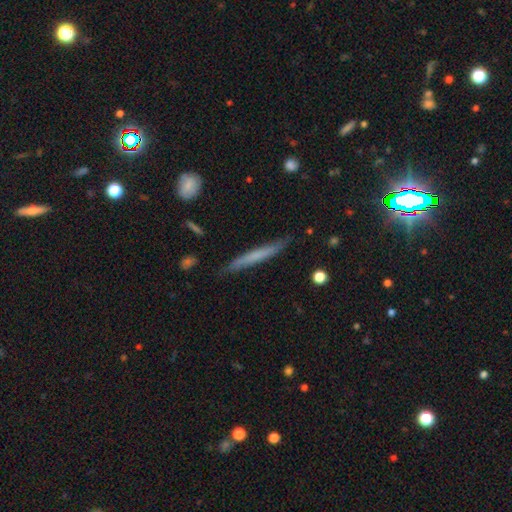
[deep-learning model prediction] Q: Smooth or featured?
A: smooth (52%); runner-up: featured or disk (41%)
Q: How rounded?
A: cigar-shaped (96%); runner-up: in between (3%)
Q: Merging?
A: none (84%); runner-up: minor disturbance (12%)